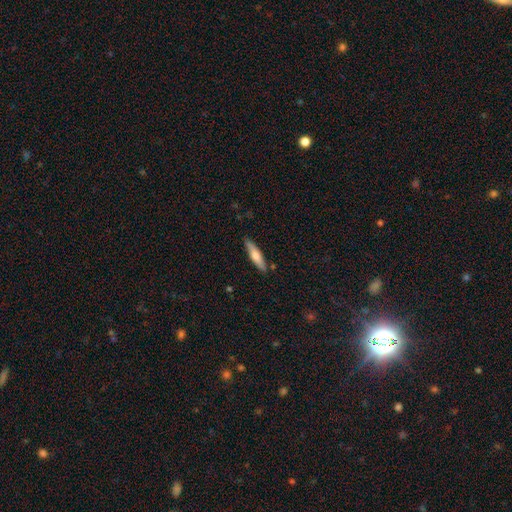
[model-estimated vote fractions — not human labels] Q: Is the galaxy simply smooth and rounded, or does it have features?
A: smooth — 63%.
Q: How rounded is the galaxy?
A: cigar-shaped — 81%.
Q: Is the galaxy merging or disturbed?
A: none — 86%.